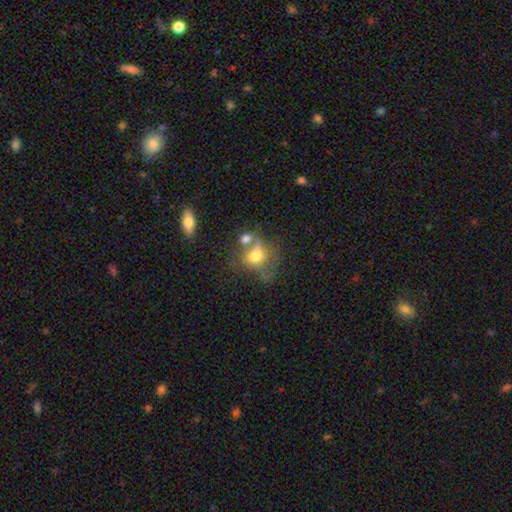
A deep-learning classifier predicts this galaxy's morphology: This is likely a smooth galaxy (60%). How rounded: possibly round (50%). Merging: marginally merger (37%).